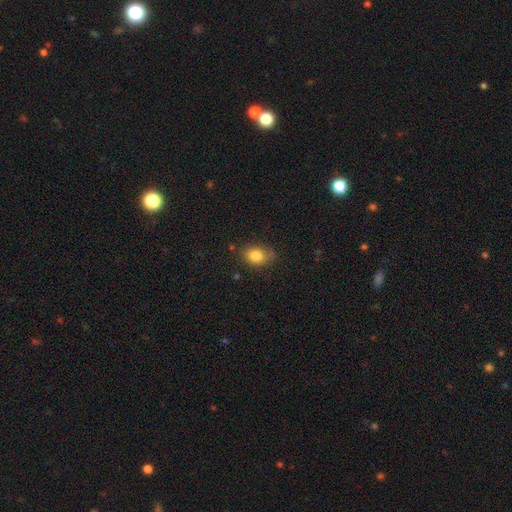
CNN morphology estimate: Smooth or featured? smooth (83%)
How rounded? in between (69%)
Merging? none (70%)